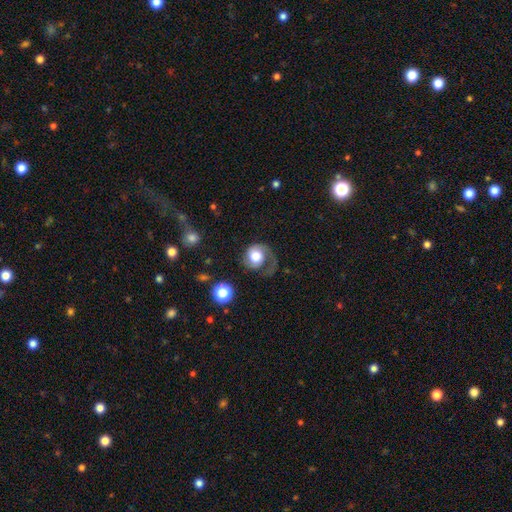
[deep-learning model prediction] Overall: featured or disk (53%; smooth 39%). Edge-on disk: no (98%). Bar: no (74%). Spiral arms: yes (86%). Bulge size: large (48%; moderate 33%). Merging: major disturbance (39%; none 38%).